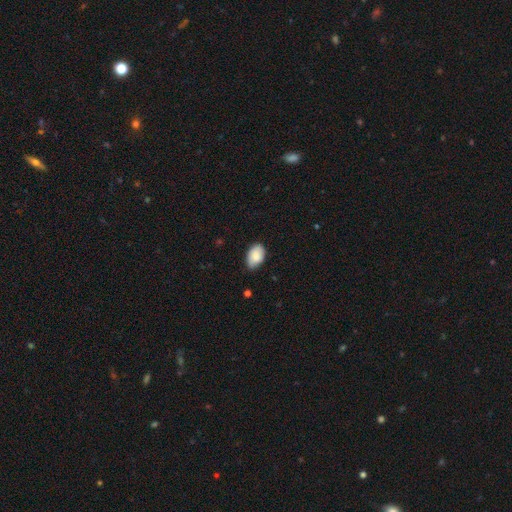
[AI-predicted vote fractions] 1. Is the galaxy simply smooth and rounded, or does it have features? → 85% smooth, 8% featured or disk, 7% star or artifact.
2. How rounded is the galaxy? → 89% in between, 10% round, 1% cigar-shaped.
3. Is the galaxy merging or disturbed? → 68% none, 27% minor disturbance, 3% major disturbance, 1% merger.